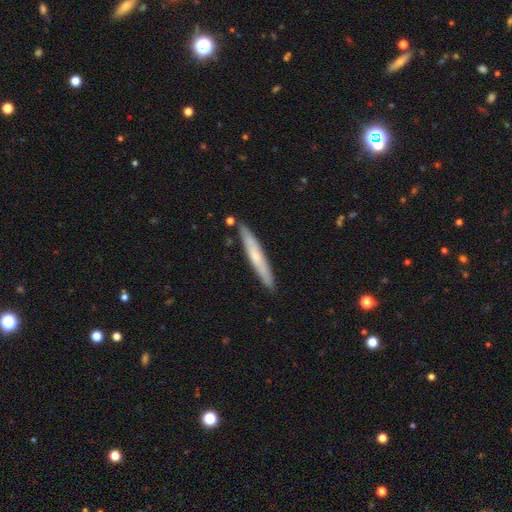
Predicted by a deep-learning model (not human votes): Smooth or featured? Predicted: smooth (p=0.52). How rounded? Predicted: cigar-shaped (p=0.95). Merging? Predicted: none (p=0.87).